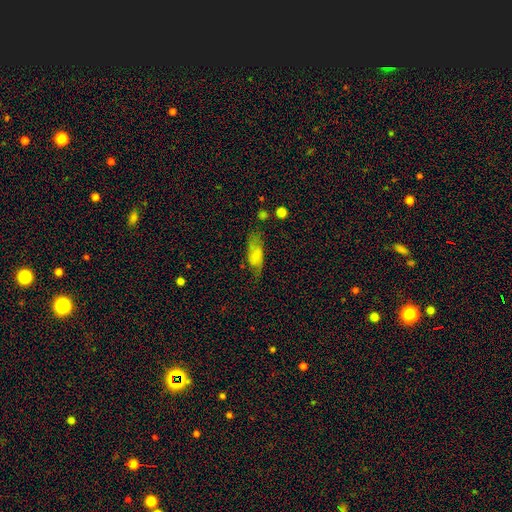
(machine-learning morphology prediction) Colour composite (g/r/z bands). It shows a smooth galaxy with no disk features (59%) that is in between round and cigar-shaped (76%). Merging: none (57%).